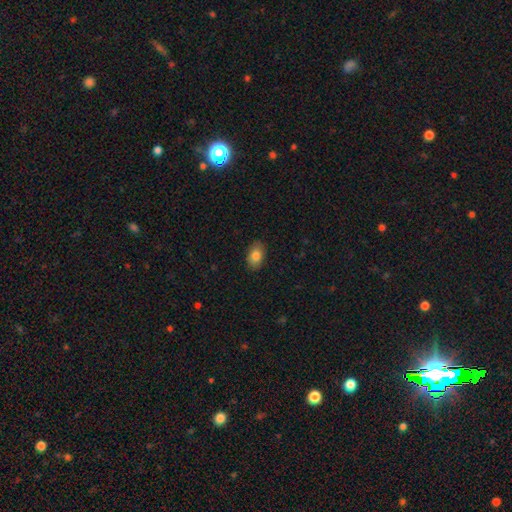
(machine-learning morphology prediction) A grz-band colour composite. It shows a smooth galaxy with no disk features (83%) that is in between round and cigar-shaped (88%). Merging: none (87%).